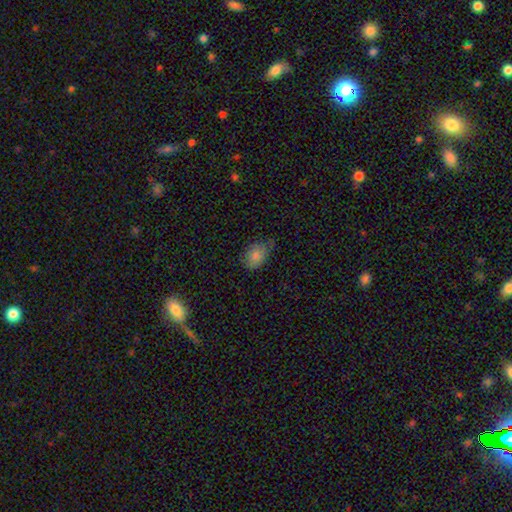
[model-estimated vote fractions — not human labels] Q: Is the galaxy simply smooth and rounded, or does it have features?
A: smooth — 82%.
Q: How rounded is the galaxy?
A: in between — 83%.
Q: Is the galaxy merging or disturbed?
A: none — 64%.